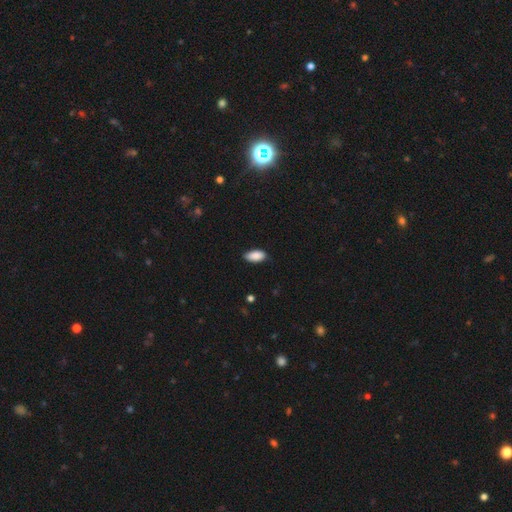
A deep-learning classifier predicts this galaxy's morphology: smooth_or_featured: smooth (p=0.89) [alt: star or artifact p=0.07]
how_rounded: in between (p=0.93) [alt: cigar-shaped p=0.05]
merging: none (p=0.82) [alt: minor disturbance p=0.15]